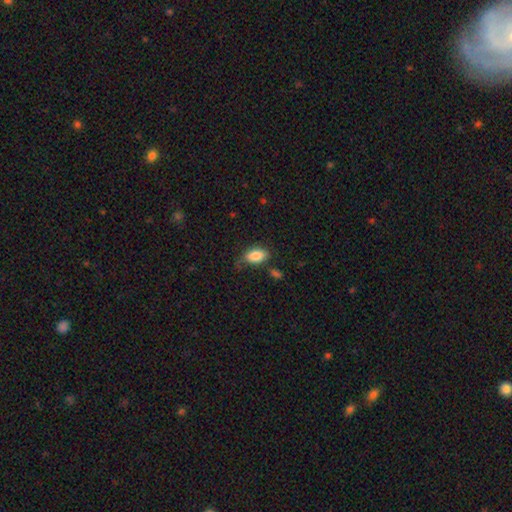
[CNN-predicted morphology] smooth_or_featured: smooth (p=0.85) [alt: star or artifact p=0.08]
how_rounded: in between (p=0.92) [alt: round p=0.05]
merging: none (p=0.63) [alt: minor disturbance p=0.25]